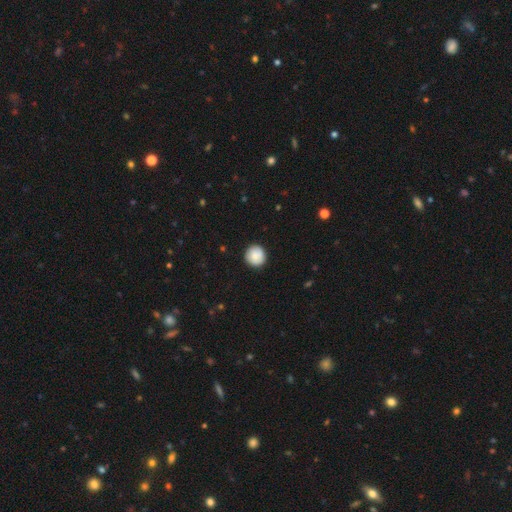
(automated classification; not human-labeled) This appears to be a smooth galaxy with no disk features (85%) that is round (94%). Merging: none (90%).